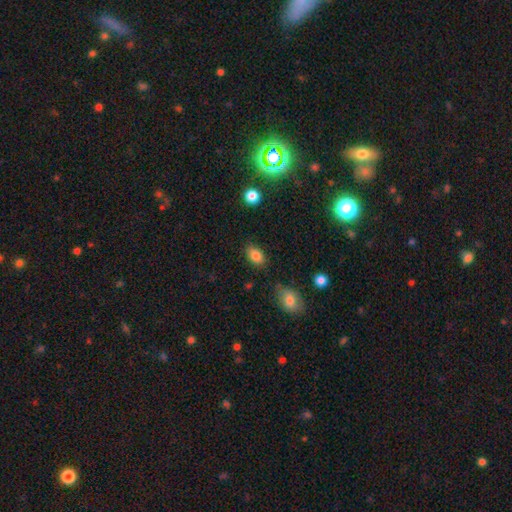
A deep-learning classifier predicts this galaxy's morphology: The model was most divided on "merging": none: 79%, minor disturbance: 15%, major disturbance: 3%, merger: 3%. More confident: how rounded — in between (87%); smooth or featured — smooth (84%).